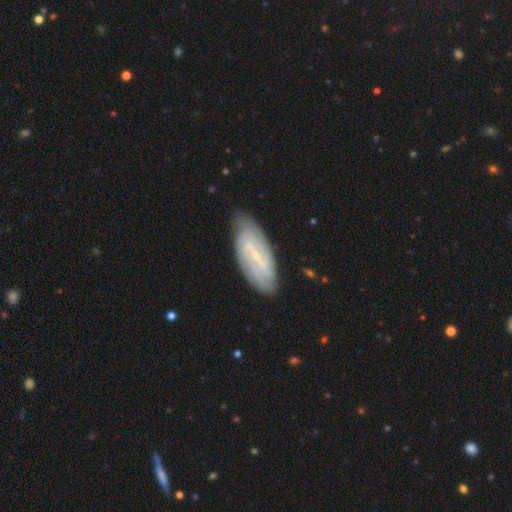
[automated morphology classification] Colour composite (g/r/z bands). It shows a featured or disk galaxy (76%) with a weak bar (46%), 2 (39%) tight (55%) spiral arms (88%) and a small central bulge (80%). Merging: none (80%).